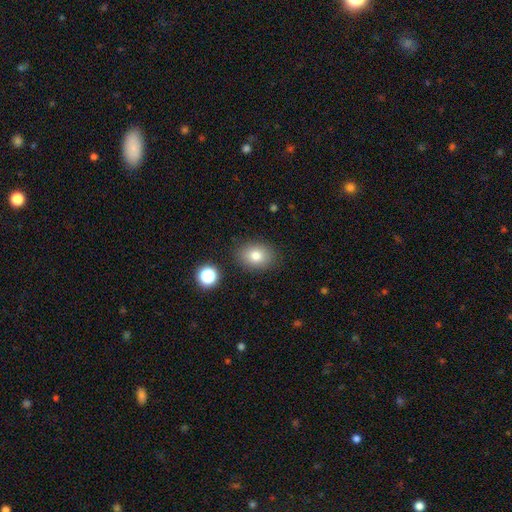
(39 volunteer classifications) Smooth or featured?
  - smooth: 77% *
  - featured or disk: 15%
  - star or artifact: 8%
How rounded?
  - round: 50% *
  - in between: 47%
  - cigar-shaped: 3%
Merging?
  - none: 92% *
  - major disturbance: 6%
  - minor disturbance: 3%
  - merger: 0%